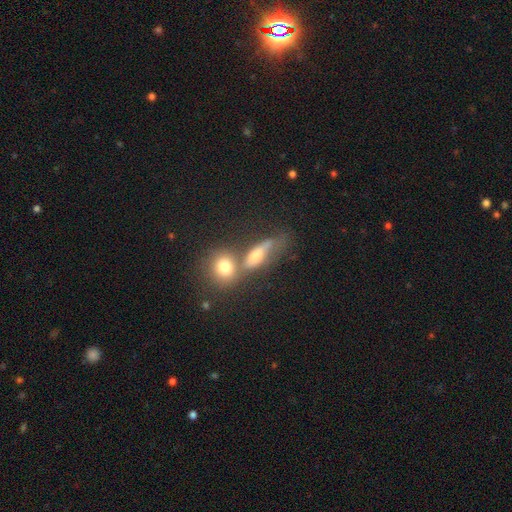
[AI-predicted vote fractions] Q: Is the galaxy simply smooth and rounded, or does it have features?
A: smooth — 54%.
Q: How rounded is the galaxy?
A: in between — 52%.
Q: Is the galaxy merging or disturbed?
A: merger — 46%.